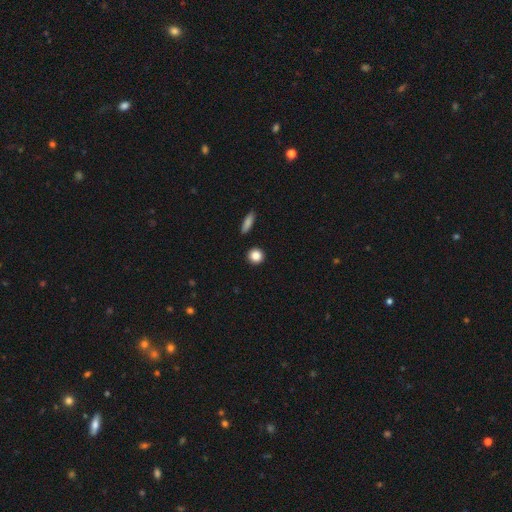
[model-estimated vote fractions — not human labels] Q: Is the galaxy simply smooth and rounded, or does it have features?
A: smooth — 87%.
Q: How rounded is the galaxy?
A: round — 90%.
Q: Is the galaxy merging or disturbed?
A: none — 91%.